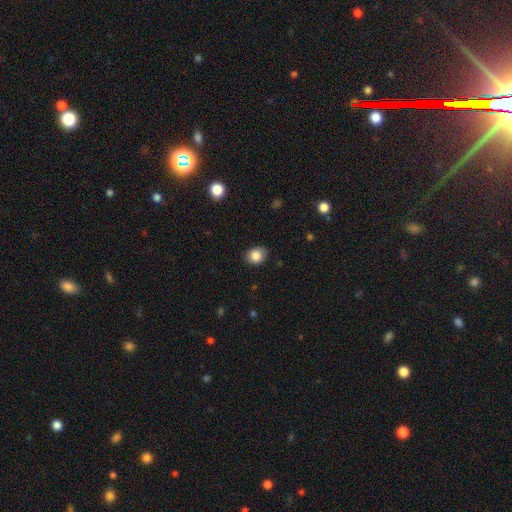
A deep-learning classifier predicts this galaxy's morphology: smooth-or-featured: smooth: 84% | star or artifact: 9% | featured or disk: 7%
  how-rounded: in between: 54% | round: 45% | cigar-shaped: 1%
  merging: none: 85% | minor disturbance: 12% | major disturbance: 2% | merger: 1%